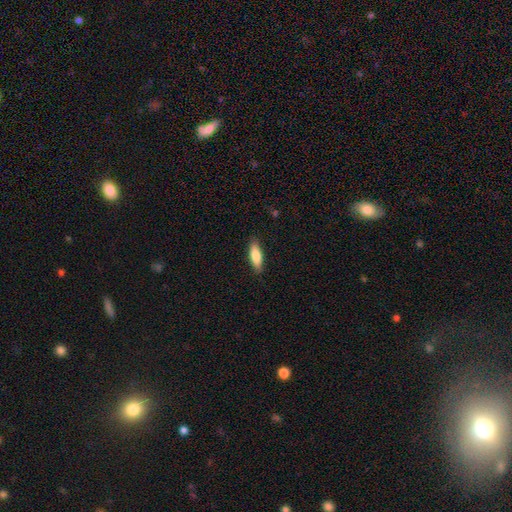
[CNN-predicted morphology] Smooth or featured? Predicted: smooth (p=0.82). How rounded? Predicted: in between (p=0.57). Merging? Predicted: none (p=0.85).